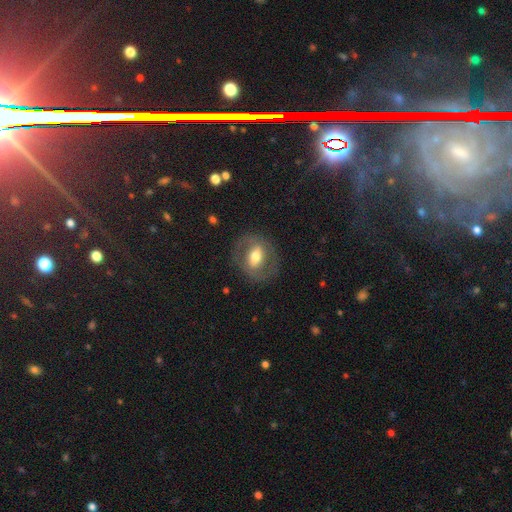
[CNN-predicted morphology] A featured or disk galaxy (53%). Merging: none (76%).